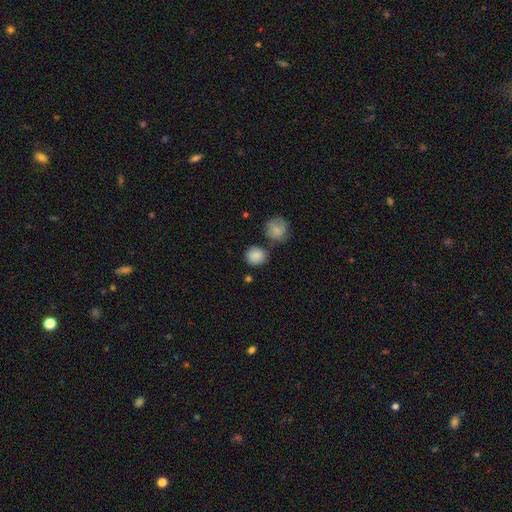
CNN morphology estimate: type=smooth (87%); roundness=round (87%); merging=none (72%).